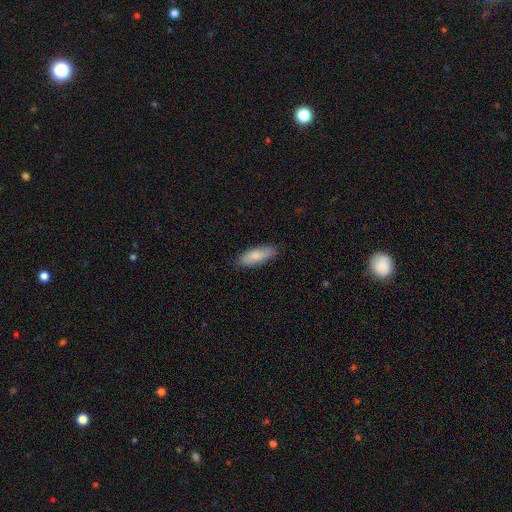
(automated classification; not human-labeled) Smooth or featured? smooth (81%)
How rounded? in between (67%)
Merging? none (85%)